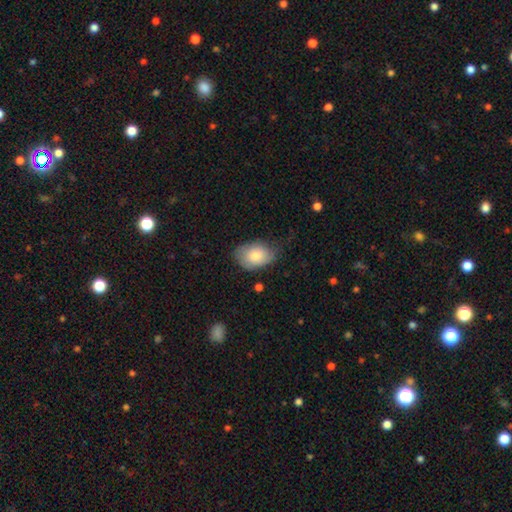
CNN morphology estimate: Smooth or featured?
  - smooth: 79% *
  - featured or disk: 15%
  - star or artifact: 6%
How rounded?
  - in between: 83% *
  - round: 16%
  - cigar-shaped: 1%
Merging?
  - none: 58% *
  - minor disturbance: 32%
  - major disturbance: 8%
  - merger: 2%